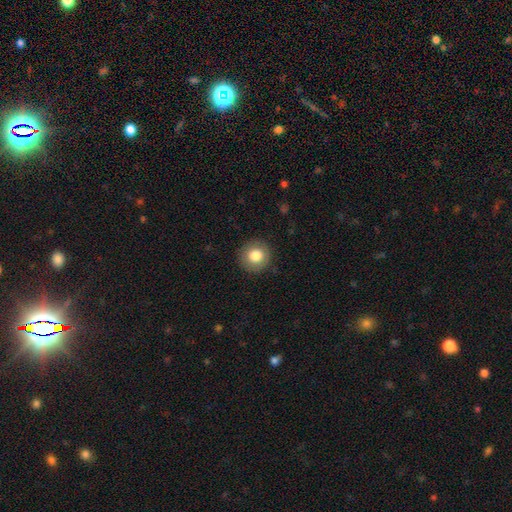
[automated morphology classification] A smooth galaxy with no disk features (82%) that is round (94%). Merging: none (90%).